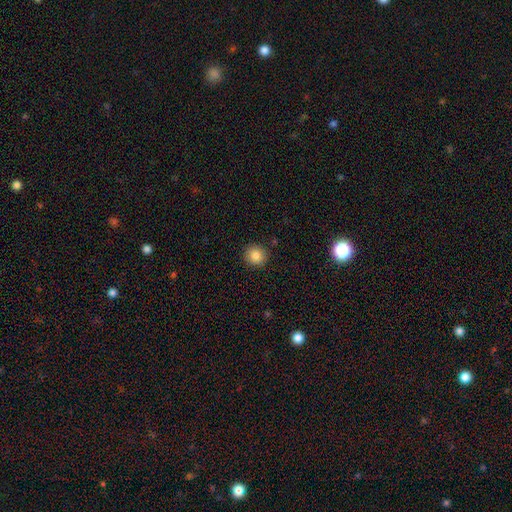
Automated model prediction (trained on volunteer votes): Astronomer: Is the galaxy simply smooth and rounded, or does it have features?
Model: smooth — 84%.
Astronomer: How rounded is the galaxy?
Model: round — 91%.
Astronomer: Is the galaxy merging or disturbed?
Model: none — 91%.